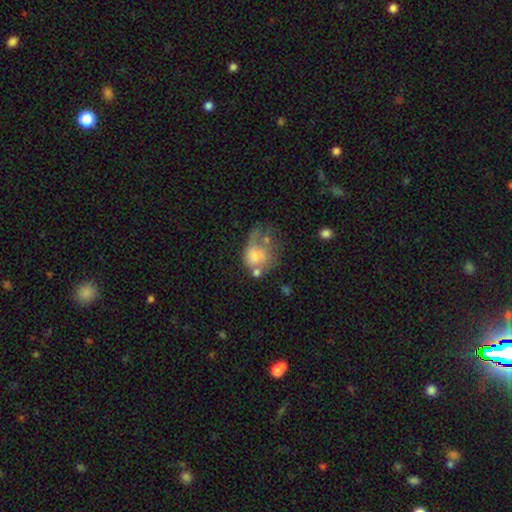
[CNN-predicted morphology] This is possibly a smooth galaxy (56%). How rounded: possibly round (51%). Merging: marginally major disturbance (38%).